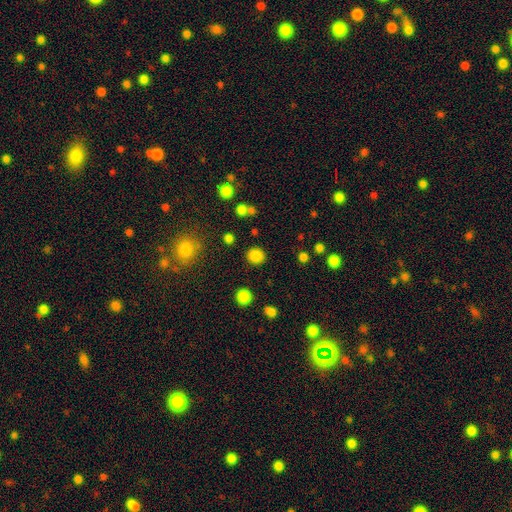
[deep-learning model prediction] A smooth galaxy with no disk features (84%) that is round (89%).

Vote fractions:
- Smooth or featured? smooth: 84% / star or artifact: 12% / featured or disk: 4%
- How rounded? round: 89% / in between: 10% / cigar-shaped: 1%
- Merging? none: 89% / minor disturbance: 6% / major disturbance: 3% / merger: 2%